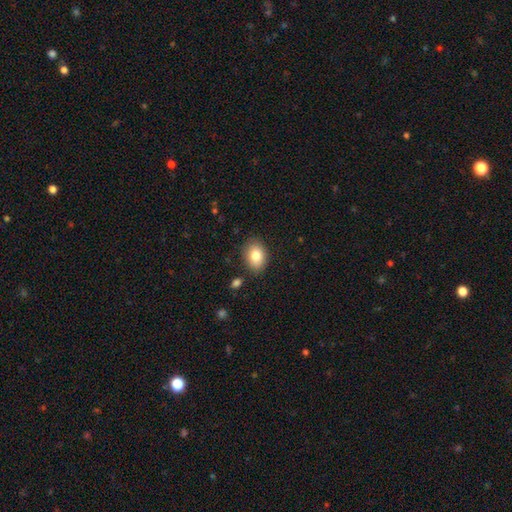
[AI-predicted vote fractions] A smooth galaxy with no disk features (84%) that is in between round and cigar-shaped (74%).

Vote fractions:
- Smooth or featured? smooth: 84% / featured or disk: 9% / star or artifact: 8%
- How rounded? in between: 74% / round: 25% / cigar-shaped: 1%
- Merging? none: 84% / minor disturbance: 11% / major disturbance: 3% / merger: 2%